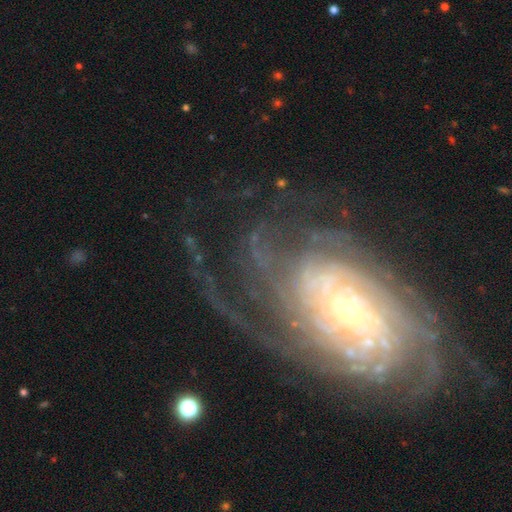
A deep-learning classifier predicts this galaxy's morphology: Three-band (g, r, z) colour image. It shows a featured or disk galaxy (89%) with no bar (55%), tight (71%) spiral arms (97%) and a small central bulge (70%). Merging: none (68%).